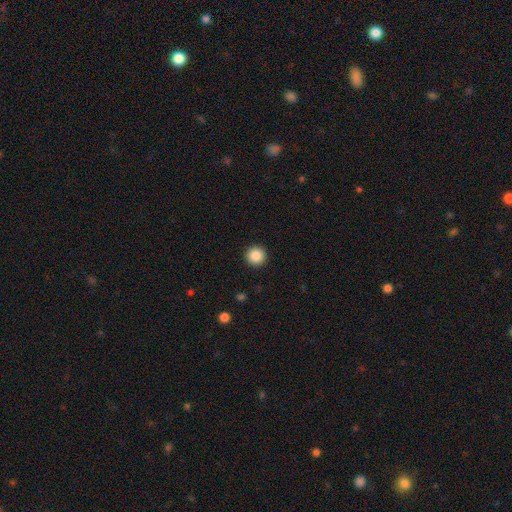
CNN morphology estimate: Overall: smooth (88%). How rounded: round (96%). Merging: none (93%).